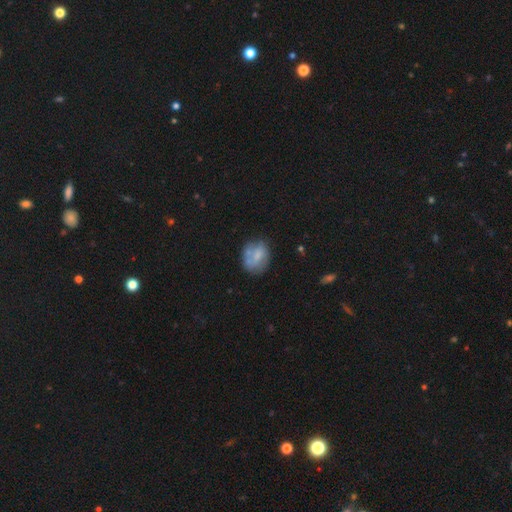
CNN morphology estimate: Q: Smooth or featured?
A: smooth (54%); runner-up: featured or disk (38%)
Q: How rounded?
A: in between (53%); runner-up: round (46%)
Q: Merging?
A: none (54%); runner-up: minor disturbance (26%)